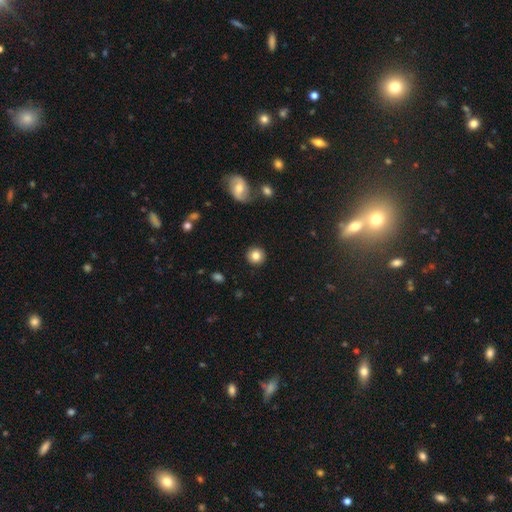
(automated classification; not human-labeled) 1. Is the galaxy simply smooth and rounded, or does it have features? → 83% smooth, 9% star or artifact, 7% featured or disk.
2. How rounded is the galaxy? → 93% round, 6% in between, 1% cigar-shaped.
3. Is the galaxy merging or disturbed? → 91% none, 6% minor disturbance, 2% major disturbance, 1% merger.